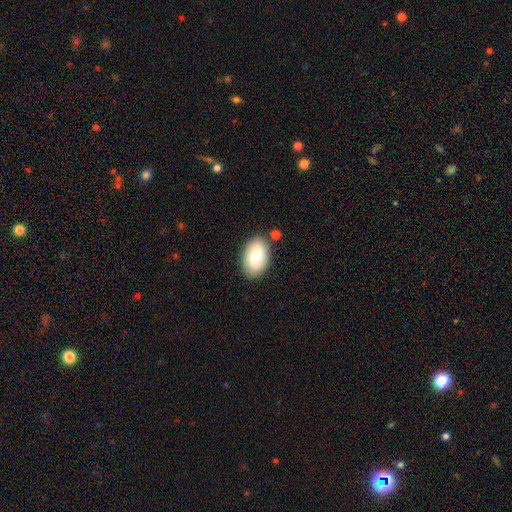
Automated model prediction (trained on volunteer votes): Smooth or featured? Predicted: smooth (p=0.70). How rounded? Predicted: in between (p=0.92). Merging? Predicted: none (p=0.81).